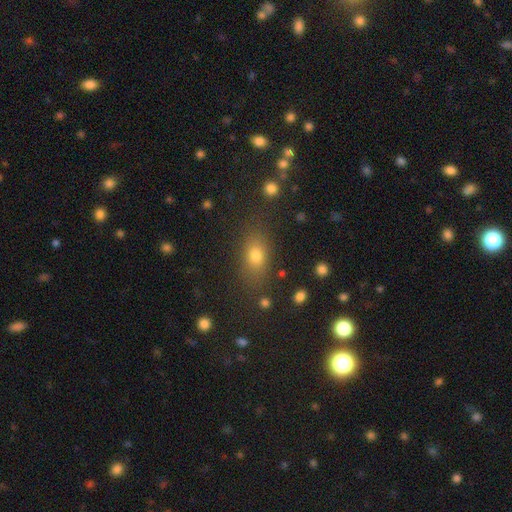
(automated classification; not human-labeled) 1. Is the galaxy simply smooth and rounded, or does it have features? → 66% smooth, 22% star or artifact, 13% featured or disk.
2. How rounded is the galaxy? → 67% in between, 24% round, 9% cigar-shaped.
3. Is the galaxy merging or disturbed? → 82% none, 11% minor disturbance, 4% major disturbance, 3% merger.